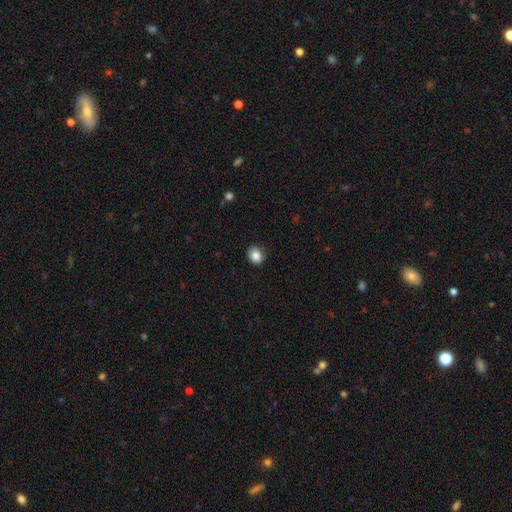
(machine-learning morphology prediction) smooth_or_featured: smooth (p=0.85) [alt: star or artifact p=0.09]
how_rounded: round (p=0.65) [alt: in between p=0.34]
merging: none (p=0.85) [alt: minor disturbance p=0.12]